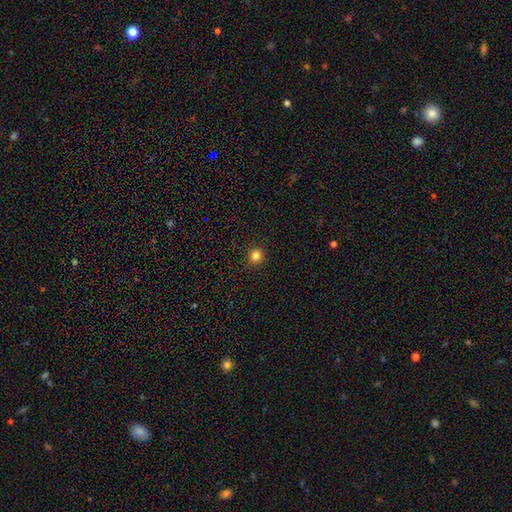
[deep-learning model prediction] Smooth or featured? Predicted: smooth (p=0.82). How rounded? Predicted: round (p=0.93). Merging? Predicted: none (p=0.93).